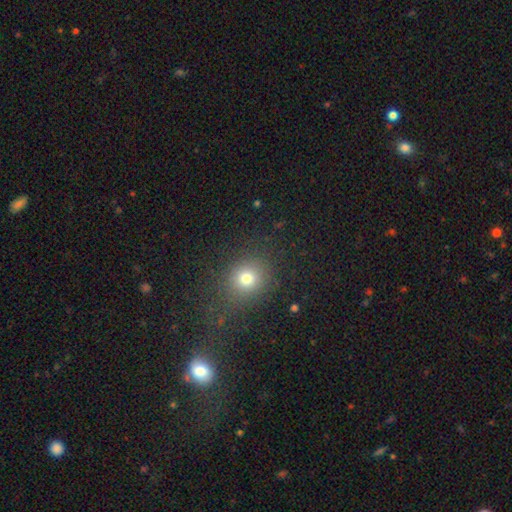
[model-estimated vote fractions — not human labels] This is likely a smooth galaxy (67%). How rounded: likely round (78%). Merging: likely none (73%).